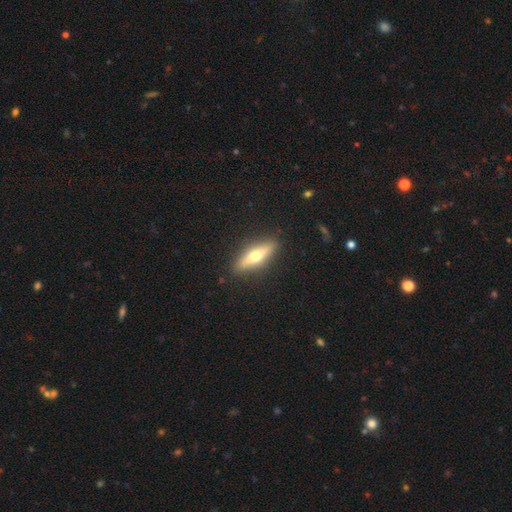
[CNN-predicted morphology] smooth_or_featured: featured or disk (p=0.50) [alt: smooth p=0.44]
disk_edge_on: yes (p=0.88) [alt: no p=0.12]
merging: none (p=0.89) [alt: minor disturbance p=0.08]